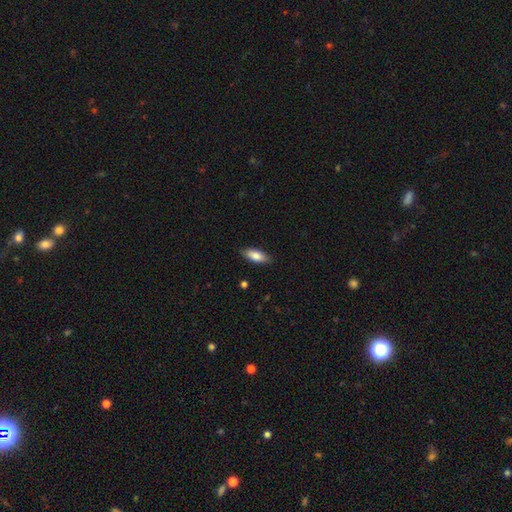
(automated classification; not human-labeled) Q: Smooth or featured?
A: smooth (80%); runner-up: featured or disk (13%)
Q: How rounded?
A: in between (76%); runner-up: cigar-shaped (22%)
Q: Merging?
A: none (86%); runner-up: minor disturbance (11%)